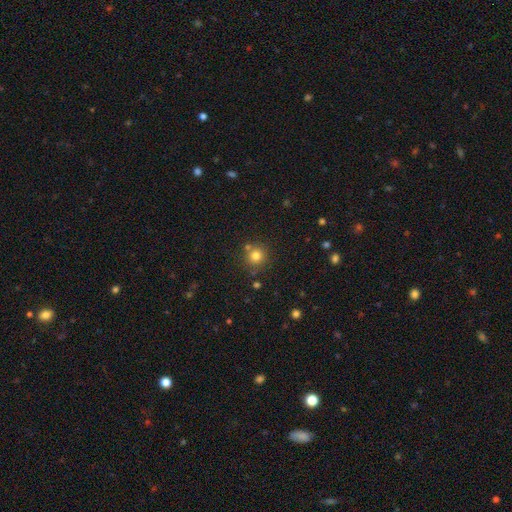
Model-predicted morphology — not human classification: This is likely a smooth galaxy (78%). How rounded: clearly round (92%). Merging: likely none (75%).